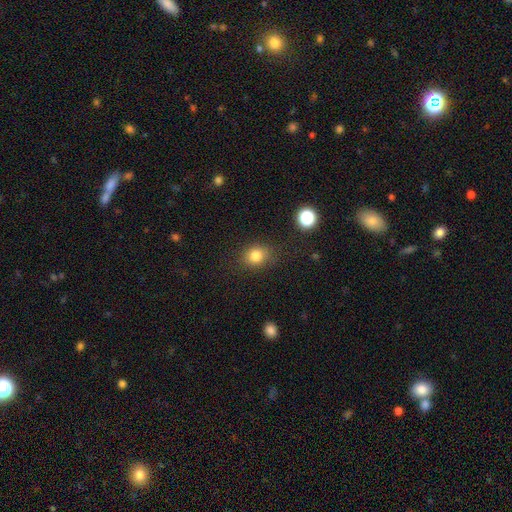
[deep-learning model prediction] Morphology: type=smooth (82%); roundness=round (69%); merging=none (81%).